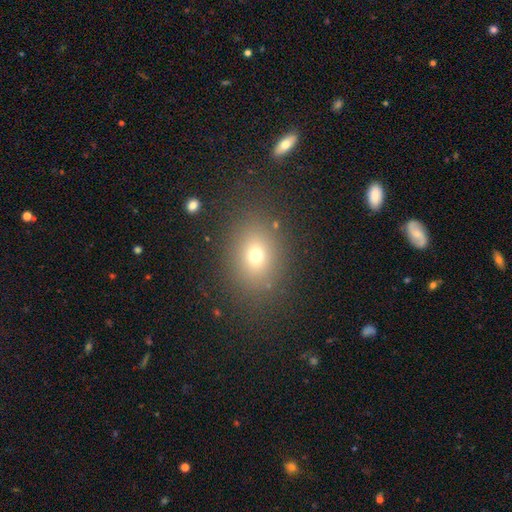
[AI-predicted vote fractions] This is likely a smooth galaxy (70%). How rounded: possibly in between (54%). Merging: clearly none (84%).